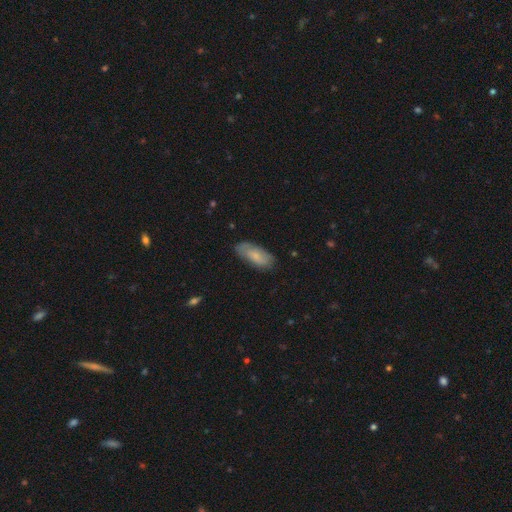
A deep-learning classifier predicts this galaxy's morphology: Q: Smooth or featured?
A: smooth (69%); runner-up: featured or disk (25%)
Q: How rounded?
A: in between (85%); runner-up: cigar-shaped (13%)
Q: Merging?
A: none (73%); runner-up: minor disturbance (21%)